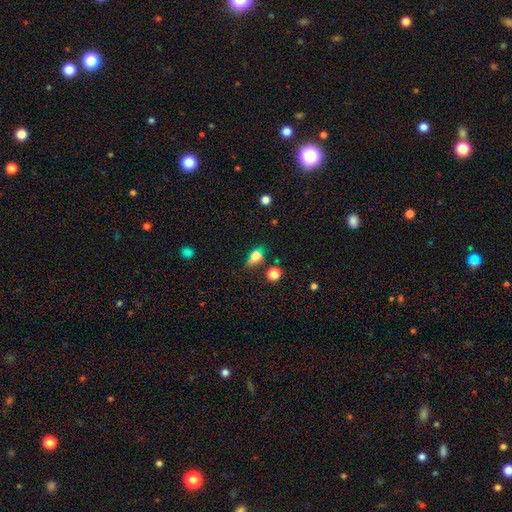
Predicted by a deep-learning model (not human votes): Smooth or featured?
  - smooth: 71% *
  - star or artifact: 19%
  - featured or disk: 10%
How rounded?
  - in between: 60% *
  - round: 35%
  - cigar-shaped: 6%
Merging?
  - none: 55% *
  - minor disturbance: 24%
  - major disturbance: 11%
  - merger: 10%